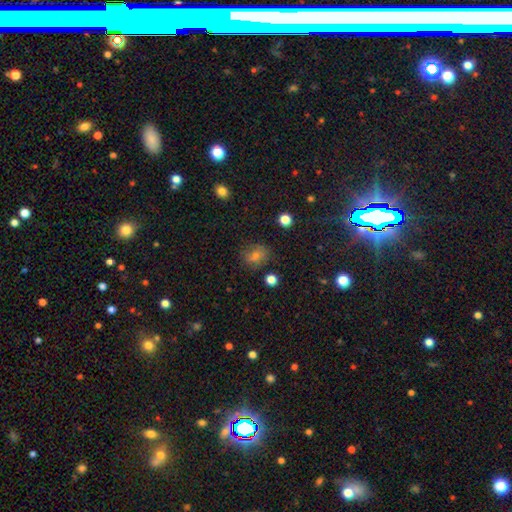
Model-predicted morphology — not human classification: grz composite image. It shows a smooth galaxy with no disk features (57%) that is round (63%). Merging: none (76%).